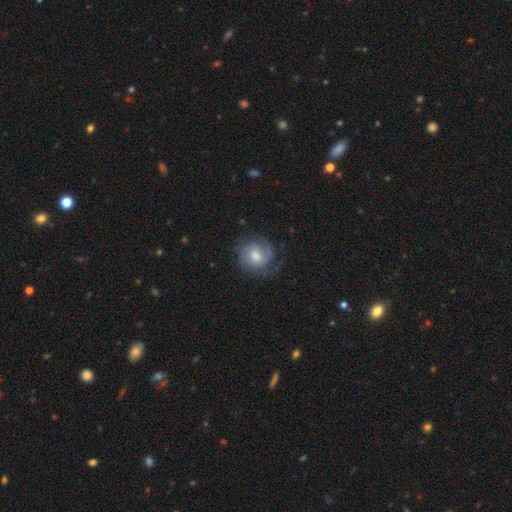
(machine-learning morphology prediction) smooth-or-featured: featured or disk: 51% | smooth: 42% | star or artifact: 8%
  disk-edge-on: no: 97% | yes: 3%
  merging: none: 66% | minor disturbance: 21% | major disturbance: 12% | merger: 1%